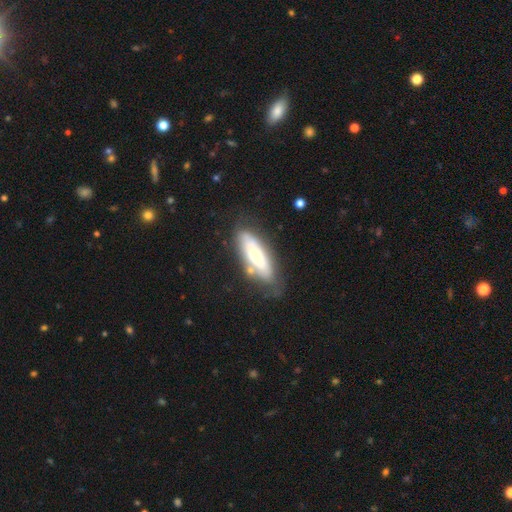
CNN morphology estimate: smooth_or_featured: smooth (p=0.50) [alt: featured or disk p=0.44]
how_rounded: in between (p=0.59) [alt: cigar-shaped p=0.39]
merging: none (p=0.65) [alt: minor disturbance p=0.21]